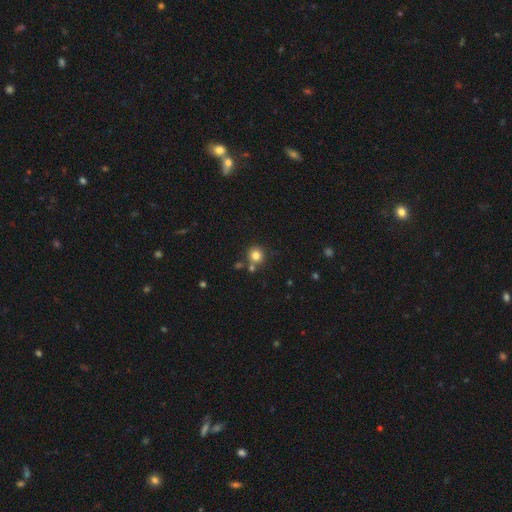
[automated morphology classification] This appears to be a smooth galaxy with no disk features (81%) that is round (91%). Merging: none (72%).